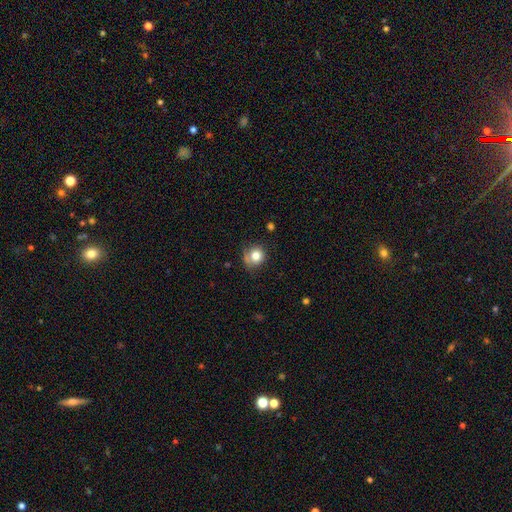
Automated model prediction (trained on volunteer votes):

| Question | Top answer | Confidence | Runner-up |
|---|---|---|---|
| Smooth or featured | smooth | 77% | featured or disk (12%) |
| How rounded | round | 84% | in between (15%) |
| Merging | none | 63% | minor disturbance (25%) |